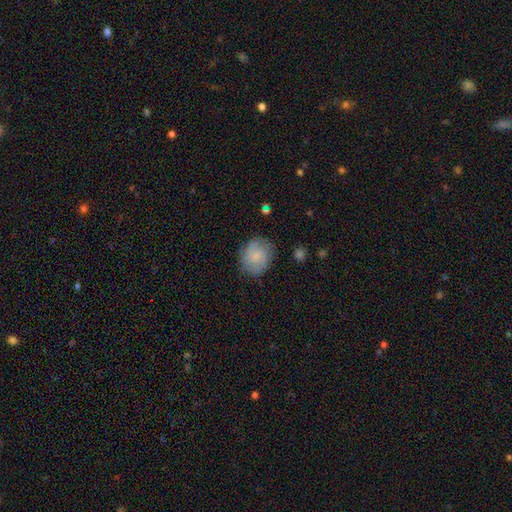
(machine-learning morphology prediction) A smooth galaxy with no disk features (65%) that is round (71%).

Vote fractions:
- Smooth or featured? smooth: 65% / featured or disk: 27% / star or artifact: 7%
- How rounded? round: 71% / in between: 28% / cigar-shaped: 1%
- Merging? none: 75% / minor disturbance: 18% / major disturbance: 5% / merger: 1%